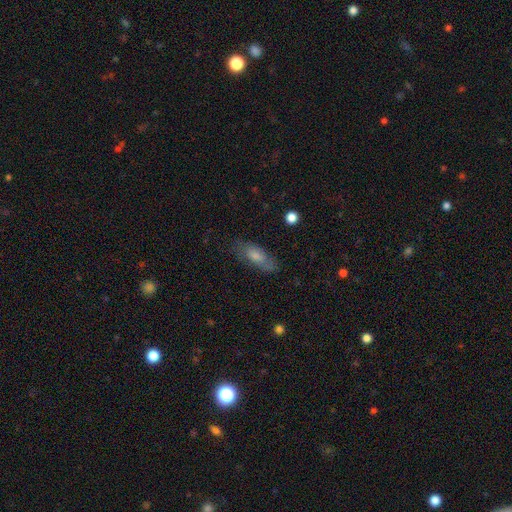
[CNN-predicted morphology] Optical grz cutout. It shows a smooth galaxy with no disk features (56%) that is in between round and cigar-shaped (64%). Merging: none (75%).